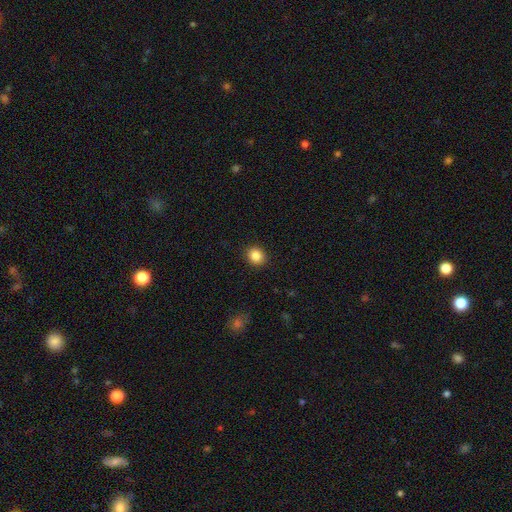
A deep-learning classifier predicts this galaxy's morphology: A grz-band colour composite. It shows a smooth galaxy with no disk features (86%) that is round (72%). Merging: none (90%).